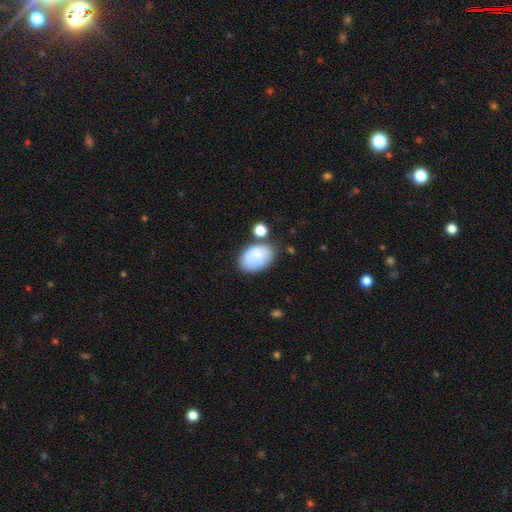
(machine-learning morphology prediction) The model was most divided on "merging": none: 59%, minor disturbance: 21%, merger: 13%, major disturbance: 7%. More confident: how rounded — in between (89%); smooth or featured — smooth (83%).